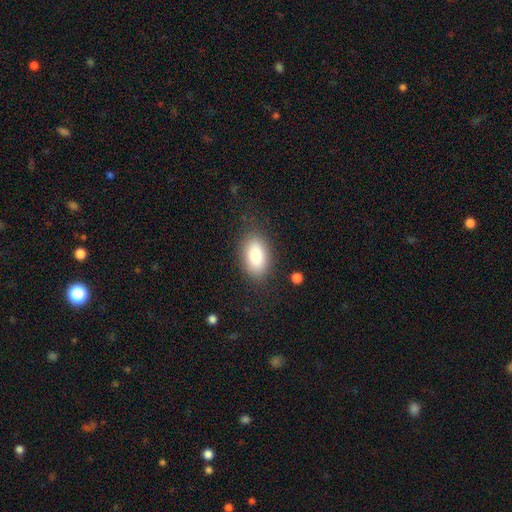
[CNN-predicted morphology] Smooth or featured: smooth — 82% (featured or disk — 10%)
How rounded: in between — 89% (round — 9%)
Merging: none — 82% (minor disturbance — 12%)